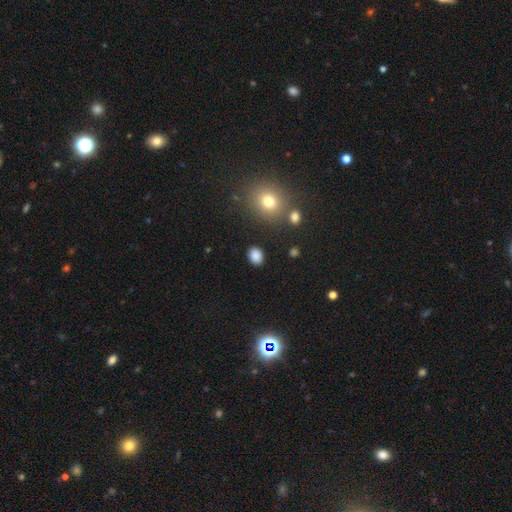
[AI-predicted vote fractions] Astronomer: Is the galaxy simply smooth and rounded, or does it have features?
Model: smooth — 86%.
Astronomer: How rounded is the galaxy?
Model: in between — 62% (runner-up: round, 37%).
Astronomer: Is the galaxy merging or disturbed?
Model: none — 87%.